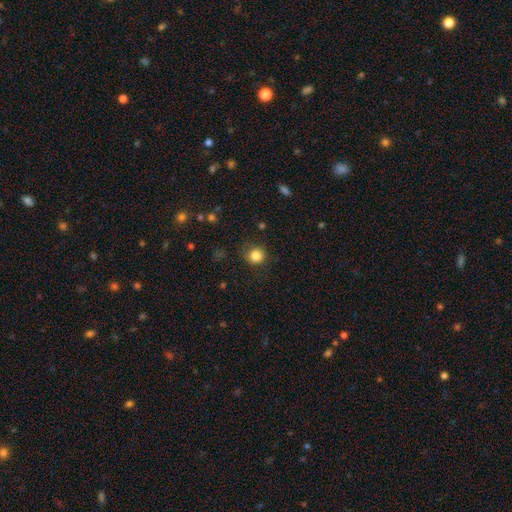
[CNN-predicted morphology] Smooth or featured? smooth (83%)
How rounded? round (89%)
Merging? none (76%)